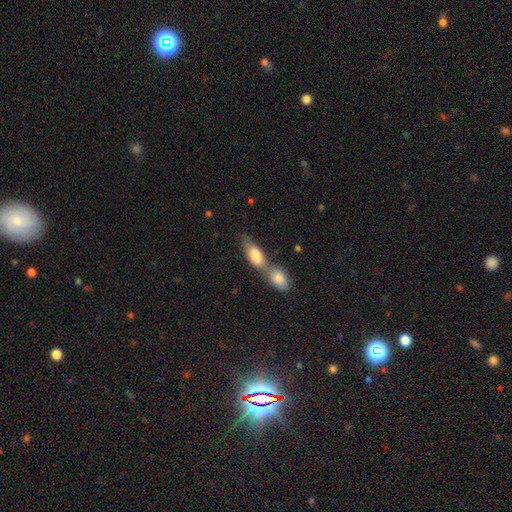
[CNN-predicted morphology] Overall: smooth (79%). How rounded: in between (79%). Merging: merger (67%).